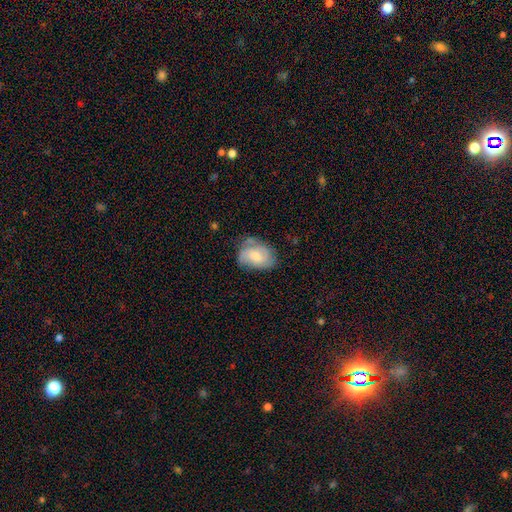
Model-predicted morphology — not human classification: Overall: featured or disk (50%; smooth 43%). Edge-on disk: no (97%). Merging: none (55%; minor disturbance 31%).